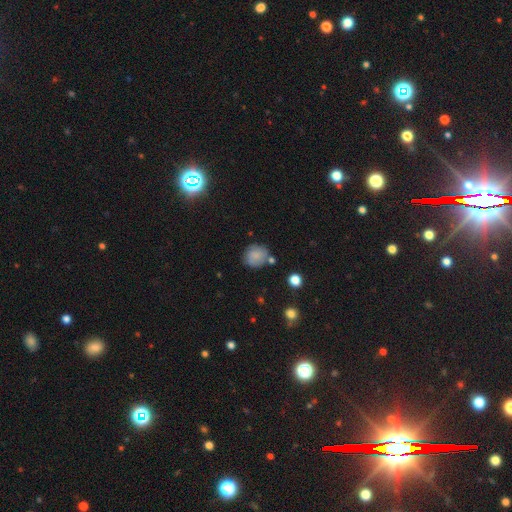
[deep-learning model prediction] Smooth or featured?
  - smooth: 77% *
  - featured or disk: 13%
  - star or artifact: 9%
How rounded?
  - round: 79% *
  - in between: 20%
  - cigar-shaped: 1%
Merging?
  - none: 71% *
  - minor disturbance: 17%
  - merger: 7%
  - major disturbance: 5%